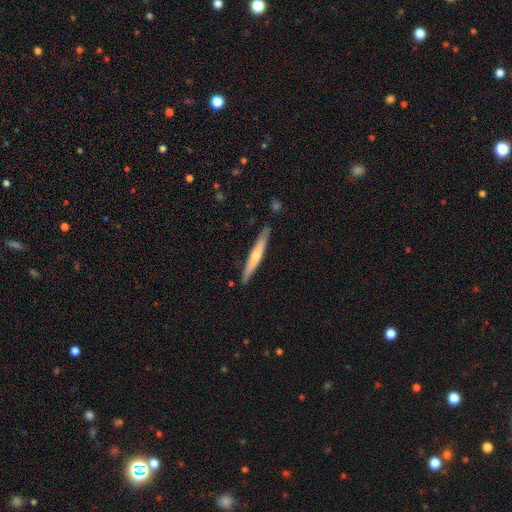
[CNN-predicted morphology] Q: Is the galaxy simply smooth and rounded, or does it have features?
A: featured or disk — 50%.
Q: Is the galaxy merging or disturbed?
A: none — 88%.